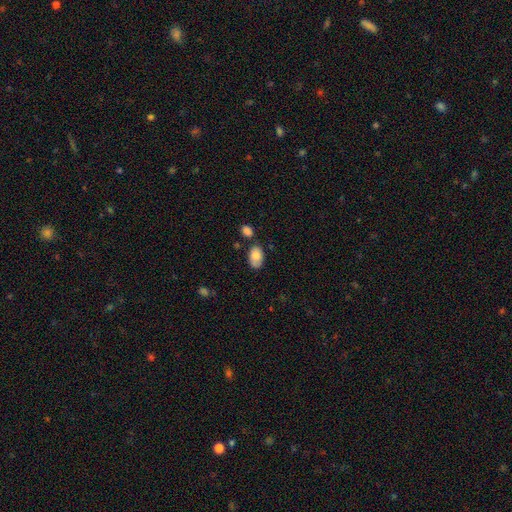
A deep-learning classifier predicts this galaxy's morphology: smooth-or-featured: smooth: 80% | featured or disk: 13% | star or artifact: 7%
  how-rounded: in between: 90% | round: 9% | cigar-shaped: 1%
  merging: none: 64% | minor disturbance: 21% | merger: 10% | major disturbance: 5%